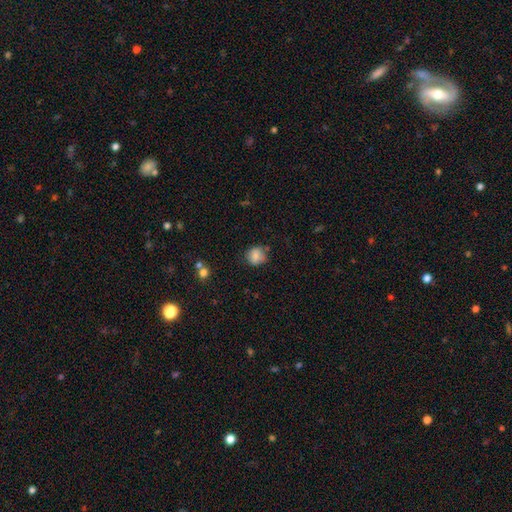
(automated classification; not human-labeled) Morphology: type=smooth (78%); roundness=round (76%); merging=none (68%).